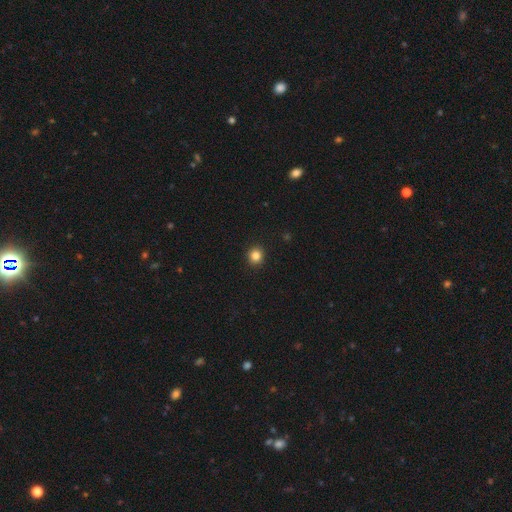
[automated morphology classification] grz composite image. It shows a smooth galaxy with no disk features (84%) that is round (90%). Merging: none (92%).